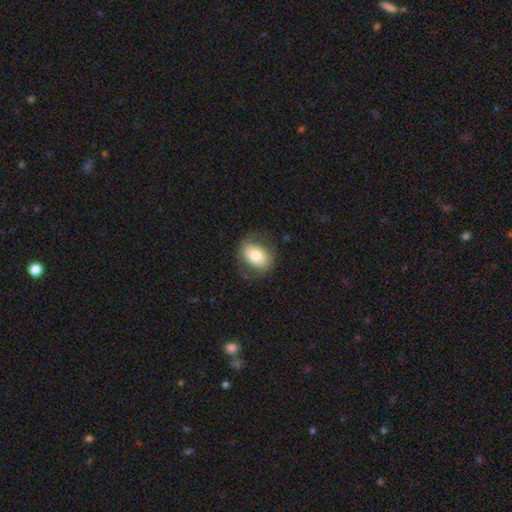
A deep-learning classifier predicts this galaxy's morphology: smooth 72%, featured or disk 21%, star or artifact 7%. Down the decision tree: how rounded — in between (67%); merging — none (74%).